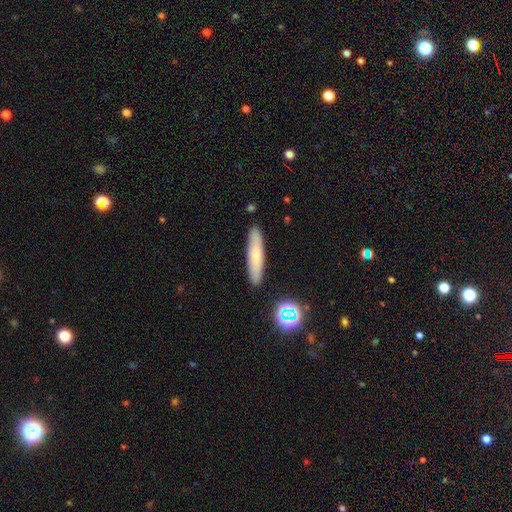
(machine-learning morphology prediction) Smooth or featured?
  - smooth: 69% *
  - featured or disk: 22%
  - star or artifact: 9%
How rounded?
  - cigar-shaped: 83% *
  - in between: 15%
  - round: 2%
Merging?
  - none: 89% *
  - minor disturbance: 7%
  - merger: 2%
  - major disturbance: 2%